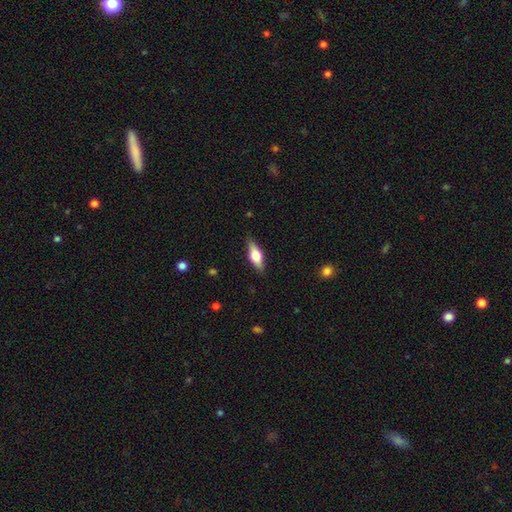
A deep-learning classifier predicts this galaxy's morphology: Smooth or featured?
  - smooth: 52% *
  - featured or disk: 42%
  - star or artifact: 7%
How rounded?
  - in between: 64% *
  - cigar-shaped: 33%
  - round: 3%
Merging?
  - none: 84% *
  - minor disturbance: 12%
  - major disturbance: 2%
  - merger: 1%